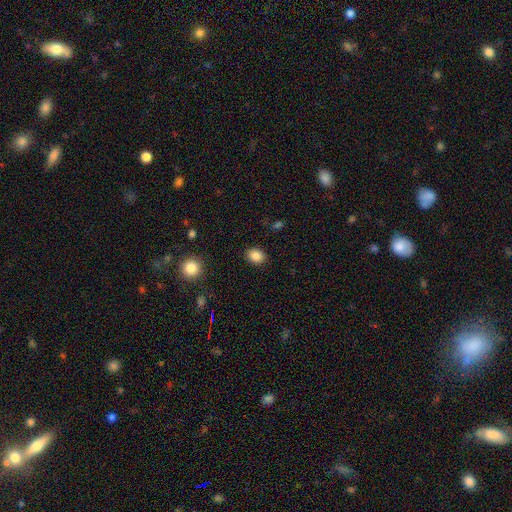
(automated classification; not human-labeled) smooth_or_featured: smooth (p=0.87) [alt: star or artifact p=0.10]
how_rounded: round (p=0.50) [alt: in between p=0.49]
merging: none (p=0.89) [alt: minor disturbance p=0.07]